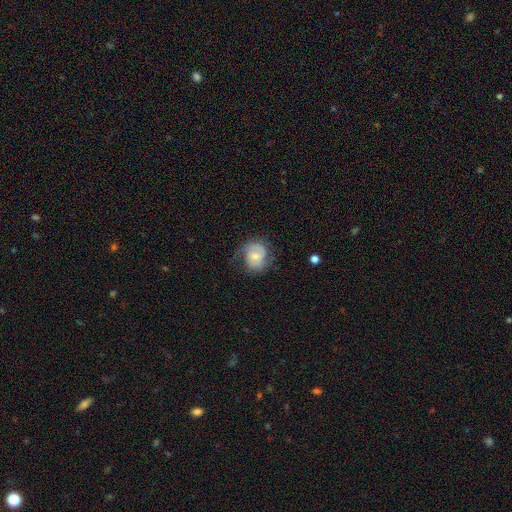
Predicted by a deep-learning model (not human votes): Q: Smooth or featured?
A: featured or disk (54%); runner-up: smooth (39%)
Q: Edge-on disk?
A: no (97%); runner-up: yes (3%)
Q: Bar?
A: no (63%); runner-up: weak (31%)
Q: Spiral arms?
A: yes (81%); runner-up: no (19%)
Q: Bulge size?
A: moderate (47%); runner-up: small (46%)
Q: Merging?
A: none (55%); runner-up: minor disturbance (27%)